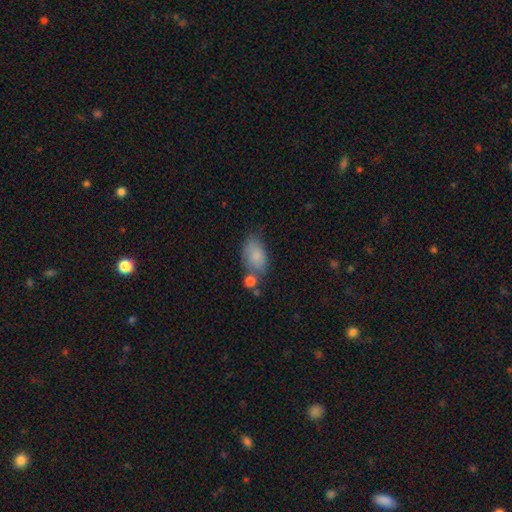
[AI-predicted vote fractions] Smooth or featured: smooth — 82% (featured or disk — 10%)
How rounded: in between — 90% (round — 7%)
Merging: none — 51% (minor disturbance — 24%)